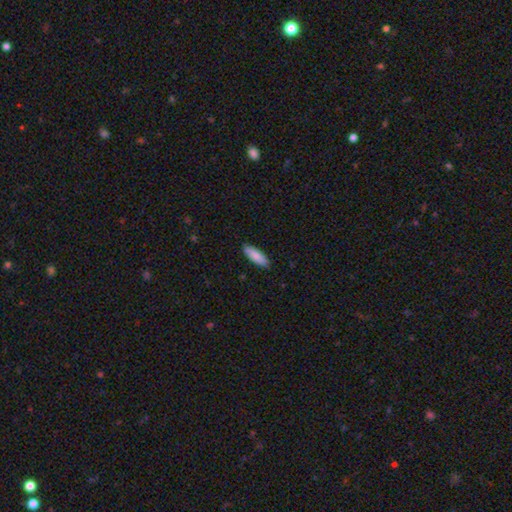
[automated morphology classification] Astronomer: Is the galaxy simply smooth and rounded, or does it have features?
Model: smooth — 87%.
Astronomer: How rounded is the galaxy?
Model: in between — 58% (runner-up: cigar-shaped, 40%).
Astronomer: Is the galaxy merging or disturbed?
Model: none — 89%.